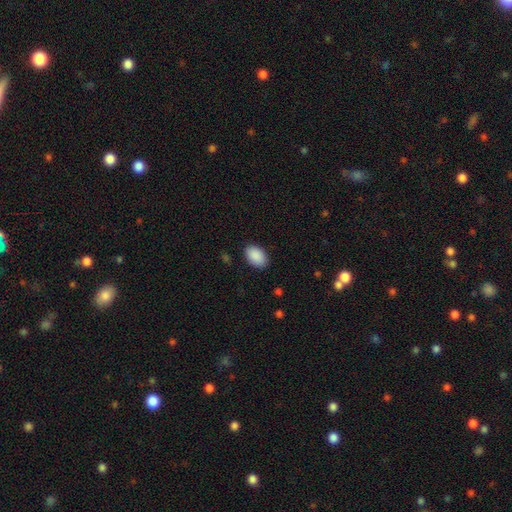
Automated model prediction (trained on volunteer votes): Morphology: type=smooth (91%); roundness=in between (91%); merging=none (88%).